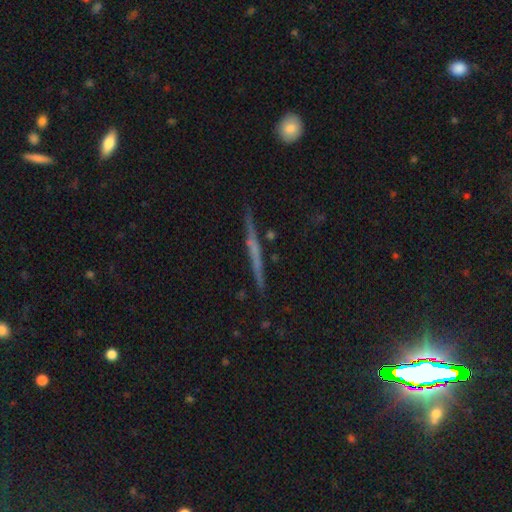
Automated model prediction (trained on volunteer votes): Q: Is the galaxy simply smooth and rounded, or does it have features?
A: featured or disk — 61%.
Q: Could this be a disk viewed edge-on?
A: yes — 97%.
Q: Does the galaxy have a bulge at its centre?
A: none — 77%.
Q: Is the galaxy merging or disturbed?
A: none — 89%.